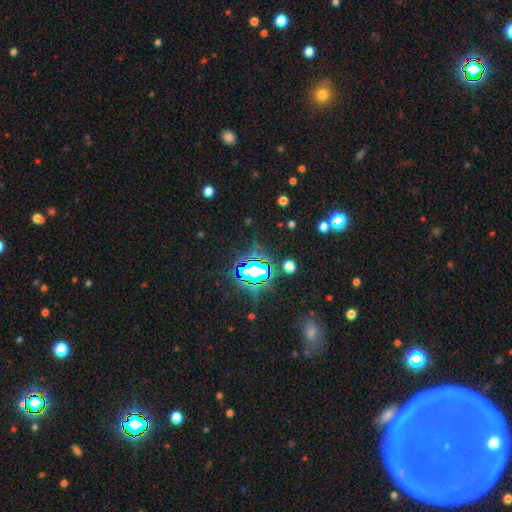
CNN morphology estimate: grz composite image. It shows a star or artifact, not a galaxy (76%).